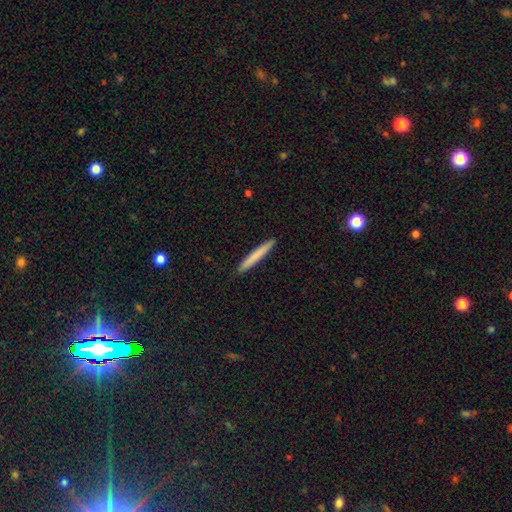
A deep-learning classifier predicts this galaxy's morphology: Smooth or featured?
  - smooth: 75% *
  - featured or disk: 19%
  - star or artifact: 6%
How rounded?
  - cigar-shaped: 97% *
  - in between: 2%
  - round: 1%
Merging?
  - none: 92% *
  - minor disturbance: 5%
  - major disturbance: 1%
  - merger: 1%